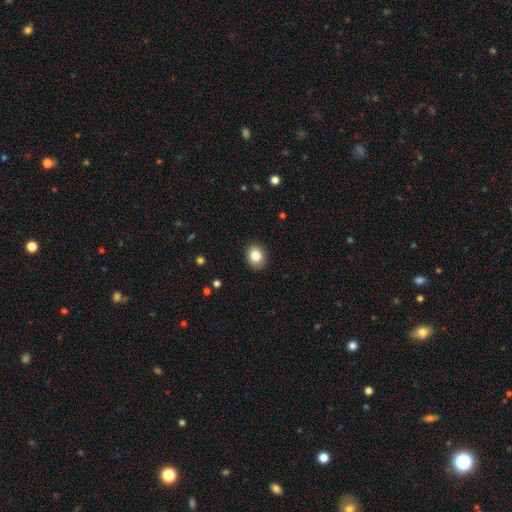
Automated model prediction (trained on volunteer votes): Smooth or featured: smooth — 84% (star or artifact — 9%)
How rounded: round — 64% (in between — 36%)
Merging: none — 90% (minor disturbance — 7%)